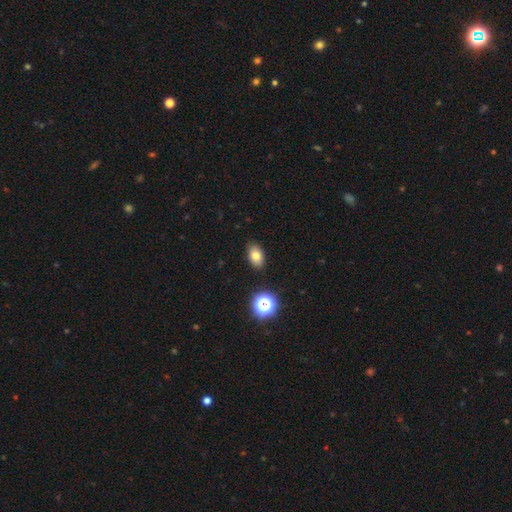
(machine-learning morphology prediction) A smooth galaxy with no disk features (78%) that is in between round and cigar-shaped (85%). Merging: none (87%).